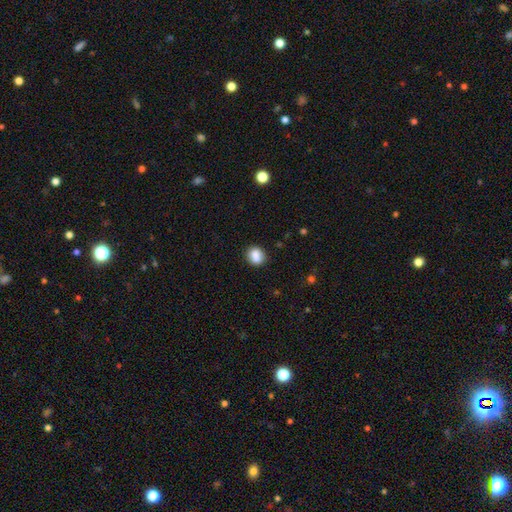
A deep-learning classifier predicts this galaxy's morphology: A smooth galaxy with no disk features (84%) that is round (58%).

Vote fractions:
- Smooth or featured? smooth: 84% / star or artifact: 9% / featured or disk: 7%
- How rounded? round: 58% / in between: 41% / cigar-shaped: 1%
- Merging? none: 77% / minor disturbance: 13% / merger: 7% / major disturbance: 3%